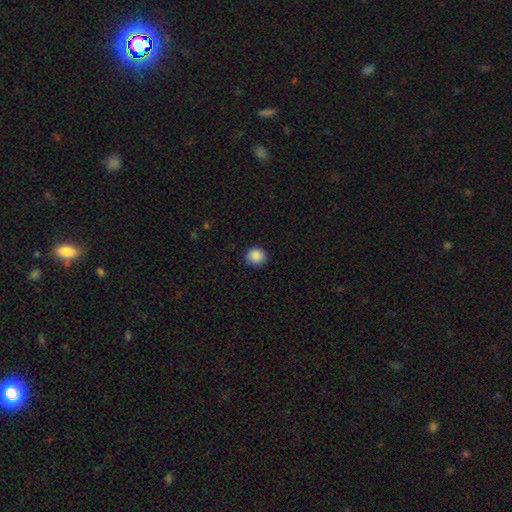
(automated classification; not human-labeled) Smooth or featured? Predicted: smooth (p=0.89). How rounded? Predicted: round (p=0.89). Merging? Predicted: none (p=0.88).